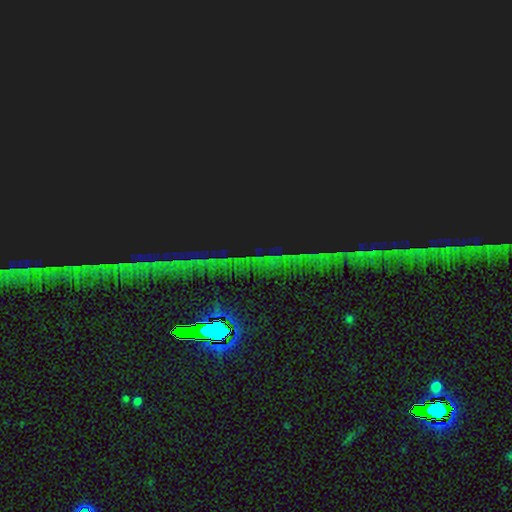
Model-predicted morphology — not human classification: smooth-or-featured: star or artifact: 86% | featured or disk: 7% | smooth: 7%